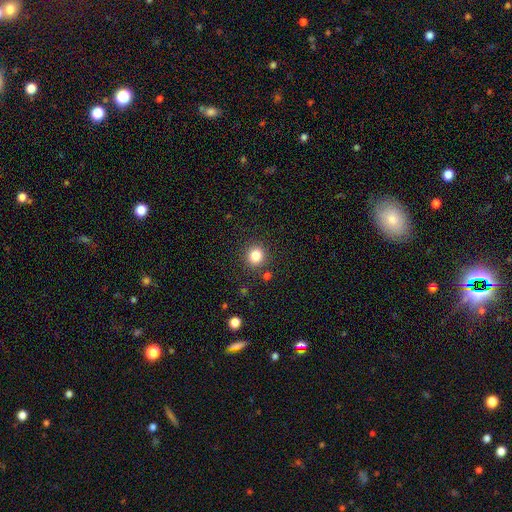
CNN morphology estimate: Smooth or featured?
  - smooth: 83% *
  - star or artifact: 12%
  - featured or disk: 5%
How rounded?
  - round: 84% *
  - in between: 15%
  - cigar-shaped: 1%
Merging?
  - none: 87% *
  - minor disturbance: 8%
  - merger: 3%
  - major disturbance: 3%